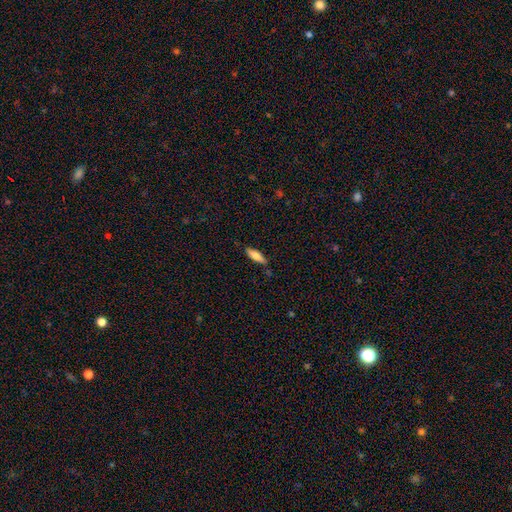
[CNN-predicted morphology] smooth 73%, featured or disk 20%, star or artifact 6%. Down the decision tree: how rounded — cigar-shaped (54%); merging — none (80%).